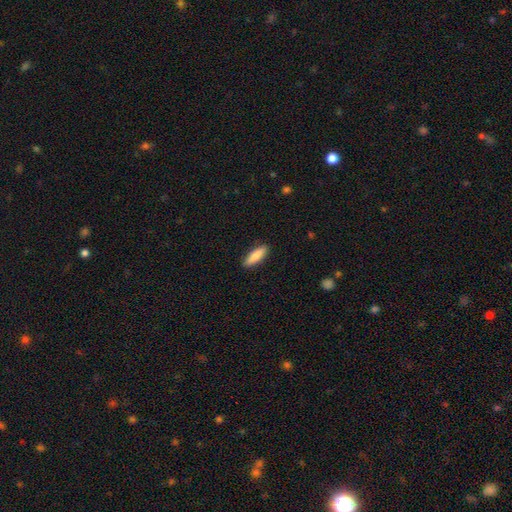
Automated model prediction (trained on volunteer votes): smooth-or-featured: smooth: 86% | featured or disk: 9% | star or artifact: 6%
  how-rounded: cigar-shaped: 54% | in between: 44% | round: 2%
  merging: none: 89% | minor disturbance: 8% | major disturbance: 2% | merger: 1%